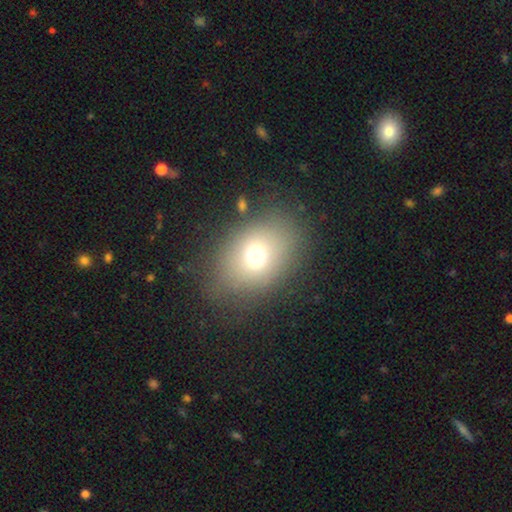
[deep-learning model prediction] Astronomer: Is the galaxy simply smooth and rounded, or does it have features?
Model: smooth — 69%.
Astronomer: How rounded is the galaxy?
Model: in between — 65%.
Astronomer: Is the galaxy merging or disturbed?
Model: none — 74%.